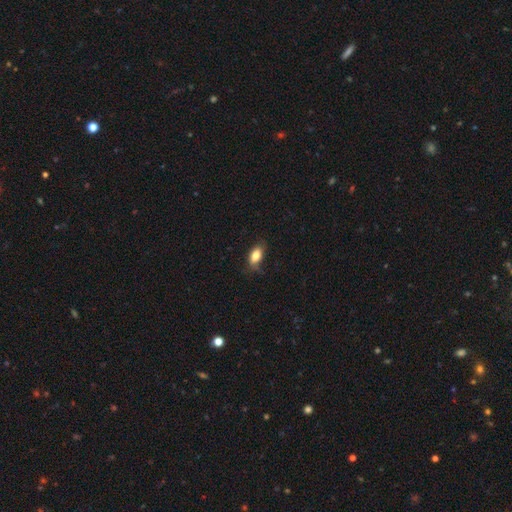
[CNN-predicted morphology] A smooth galaxy with no disk features (81%) that is in between round and cigar-shaped (87%). Merging: none (66%).